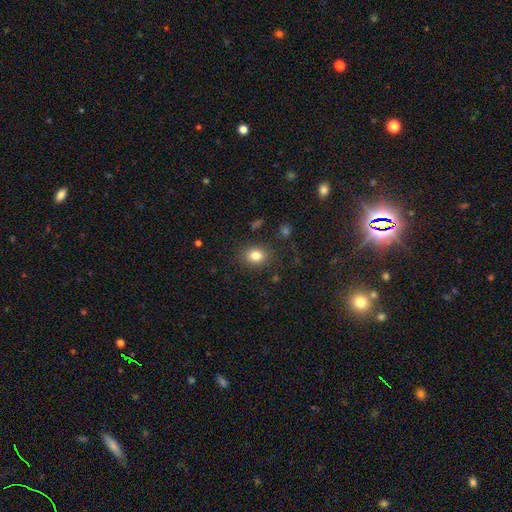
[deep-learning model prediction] A smooth galaxy with no disk features (82%) that is round (51%).

Vote fractions:
- Smooth or featured? smooth: 82% / star or artifact: 11% / featured or disk: 7%
- How rounded? round: 51% / in between: 48% / cigar-shaped: 1%
- Merging? none: 85% / minor disturbance: 10% / major disturbance: 3% / merger: 2%